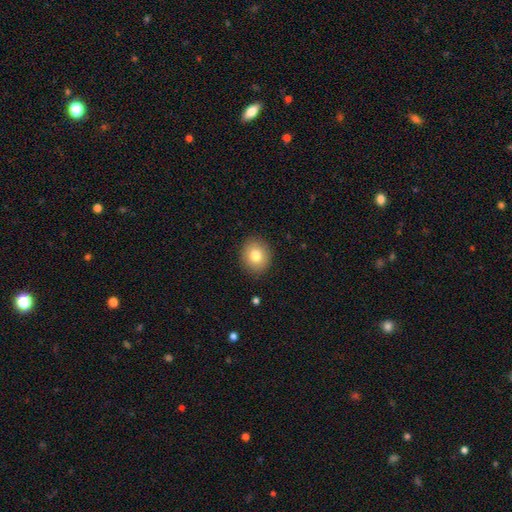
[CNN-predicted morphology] Smooth or featured: smooth — 79% (featured or disk — 11%)
How rounded: round — 74% (in between — 25%)
Merging: none — 90% (minor disturbance — 7%)